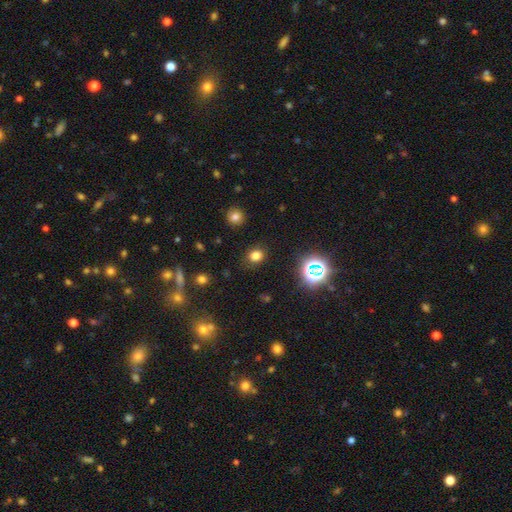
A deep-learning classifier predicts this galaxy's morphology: Smooth or featured: smooth — 73% (star or artifact — 21%)
How rounded: round — 62% (in between — 37%)
Merging: none — 86% (minor disturbance — 9%)